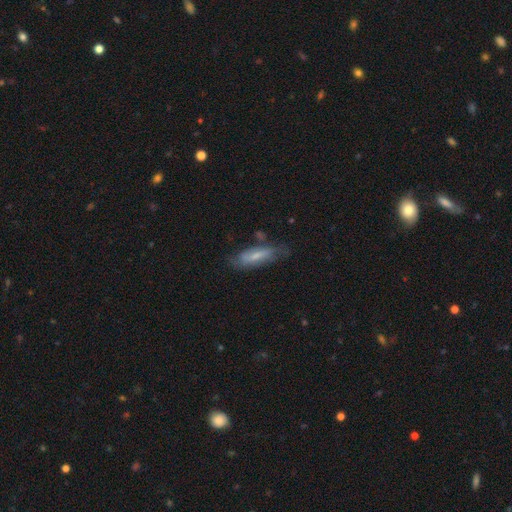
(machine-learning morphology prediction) The model was most divided on "smooth or featured": smooth: 47%, featured or disk: 46%, star or artifact: 7%. More confident: merging — none (64%).